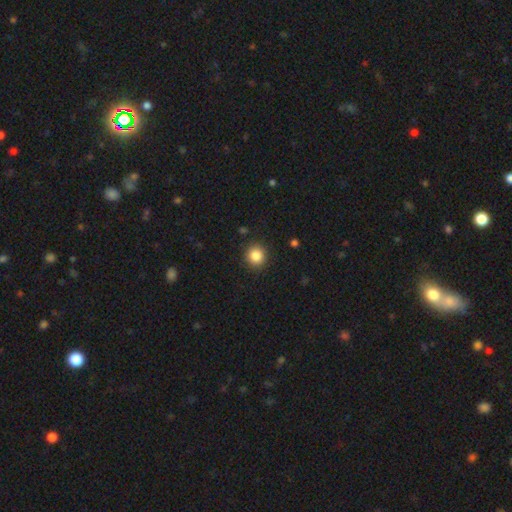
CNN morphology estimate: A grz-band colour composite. It shows a smooth galaxy with no disk features (85%) that is round (92%). Merging: none (90%).